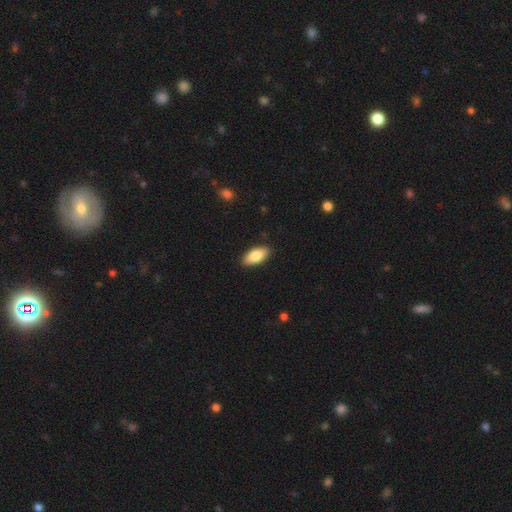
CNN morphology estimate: Q: Smooth or featured?
A: smooth (82%); runner-up: featured or disk (12%)
Q: How rounded?
A: in between (89%); runner-up: cigar-shaped (9%)
Q: Merging?
A: none (89%); runner-up: minor disturbance (9%)